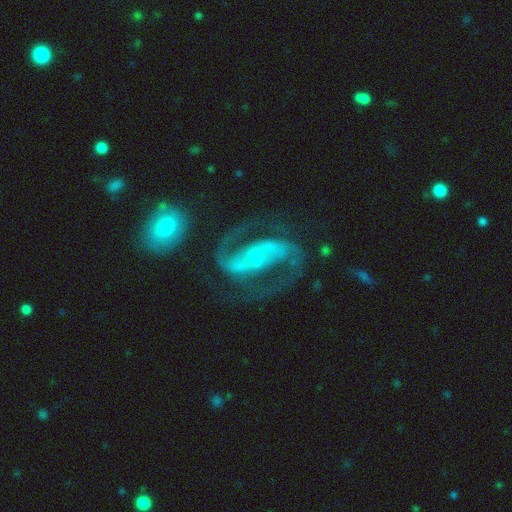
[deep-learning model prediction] Smooth or featured? Predicted: featured or disk (p=0.92). Edge-on disk? Predicted: no (p=0.98). Bar? Predicted: strong (p=0.48). Spiral arms? Predicted: yes (p=0.97). Spiral winding? Predicted: medium (p=0.64). Spiral arm count? Predicted: 2 (p=0.93). Bulge size? Predicted: small (p=0.48). Merging? Predicted: none (p=0.70).